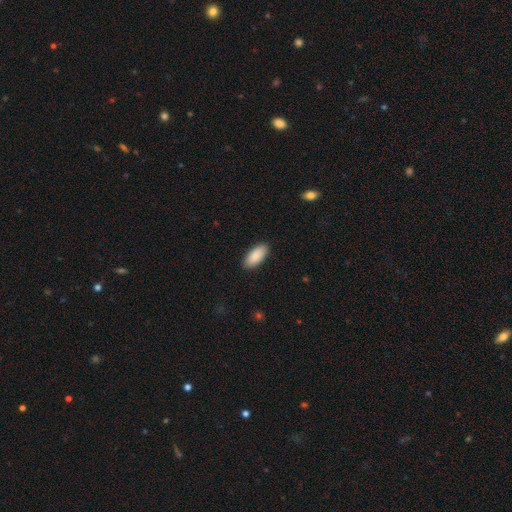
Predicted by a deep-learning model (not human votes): Morphology: type=smooth (90%); roundness=in between (90%); merging=none (90%).